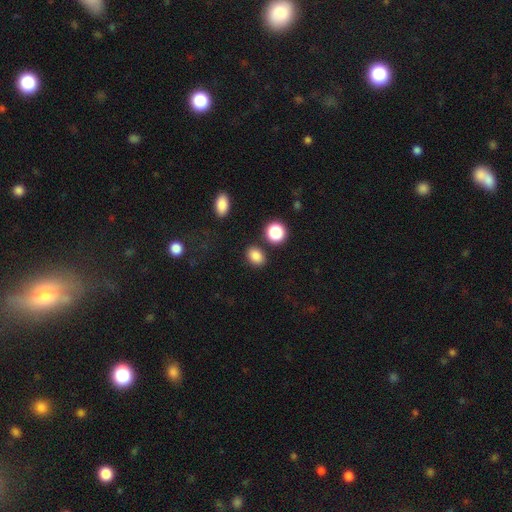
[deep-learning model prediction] Smooth or featured: smooth — 85% (star or artifact — 11%)
How rounded: in between — 68% (round — 31%)
Merging: none — 84% (minor disturbance — 9%)